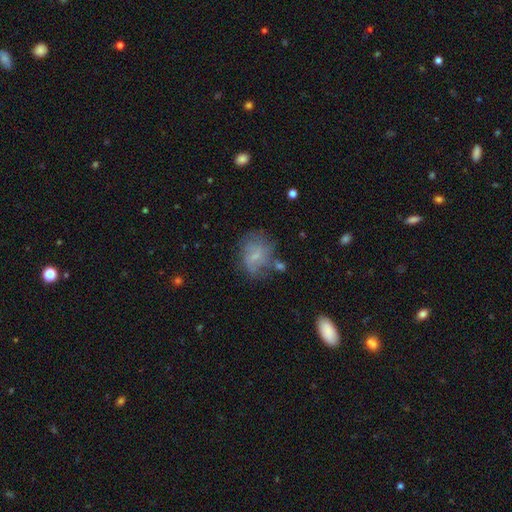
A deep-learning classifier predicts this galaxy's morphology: This is marginally a featured or disk galaxy (45%). Merging: possibly none (50%).